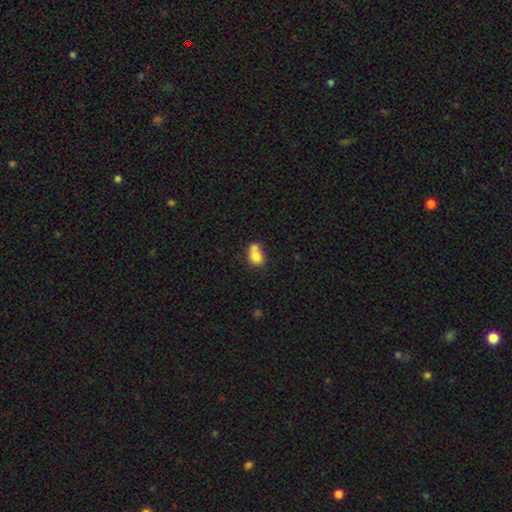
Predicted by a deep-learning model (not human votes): Smooth or featured? smooth (76%)
How rounded? in between (54%)
Merging? merger (55%)